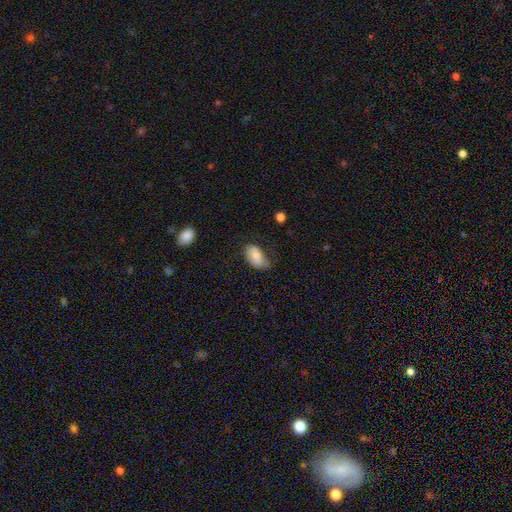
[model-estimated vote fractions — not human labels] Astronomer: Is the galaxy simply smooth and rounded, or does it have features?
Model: smooth — 78%.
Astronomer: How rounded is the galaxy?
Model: in between — 93%.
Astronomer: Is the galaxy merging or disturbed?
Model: none — 50% (runner-up: minor disturbance, 37%).